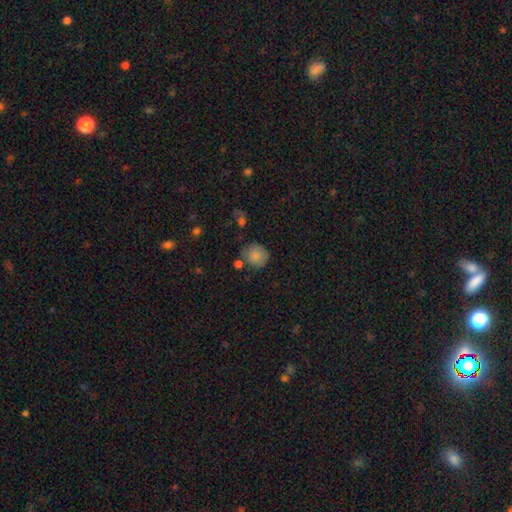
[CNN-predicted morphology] The model was most divided on "merging": none: 69%, minor disturbance: 17%, merger: 9%, major disturbance: 5%. More confident: how rounded — round (88%); smooth or featured — smooth (84%).